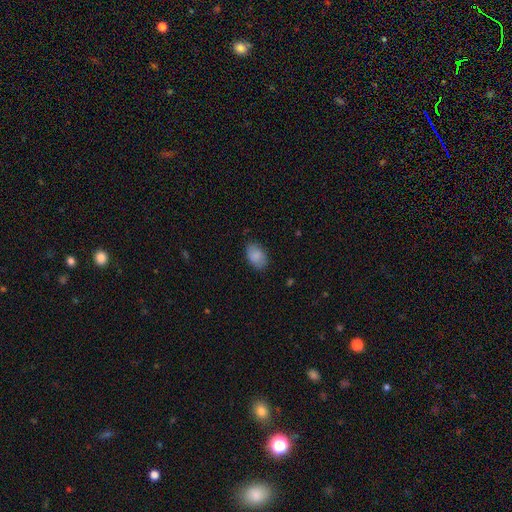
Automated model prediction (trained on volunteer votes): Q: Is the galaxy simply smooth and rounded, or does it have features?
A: smooth — 86%.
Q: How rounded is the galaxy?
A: in between — 89%.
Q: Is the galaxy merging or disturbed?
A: none — 82%.